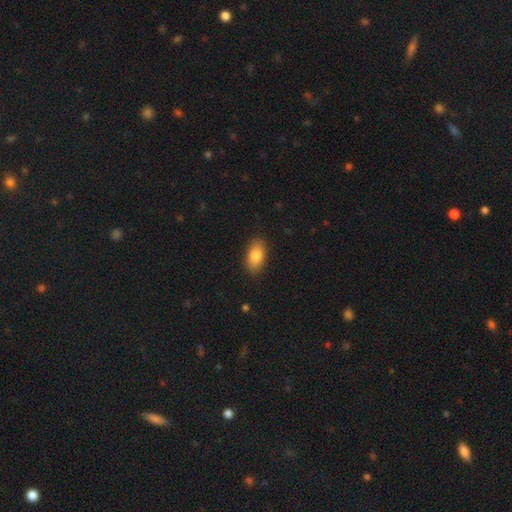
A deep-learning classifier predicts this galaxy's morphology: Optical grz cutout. It shows a smooth galaxy with no disk features (83%) that is in between round and cigar-shaped (91%). Merging: none (87%).